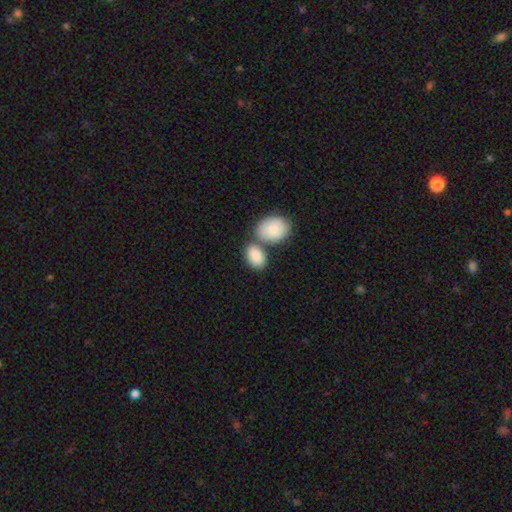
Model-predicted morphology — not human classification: This appears to be a smooth galaxy with no disk features (86%) that is in between round and cigar-shaped (88%). Merging: none (47%).